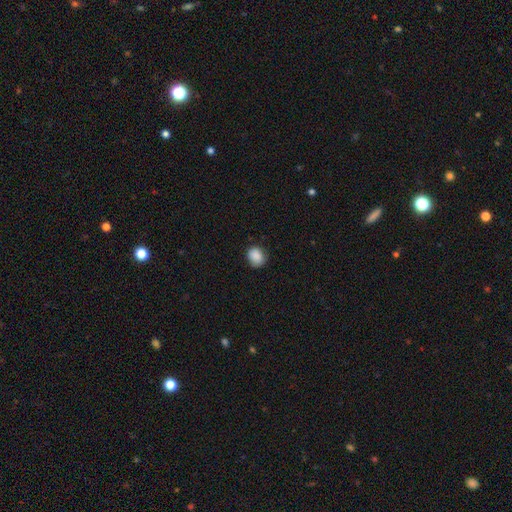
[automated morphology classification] This appears to be a smooth galaxy with no disk features (88%) that is round (66%). Merging: none (76%).